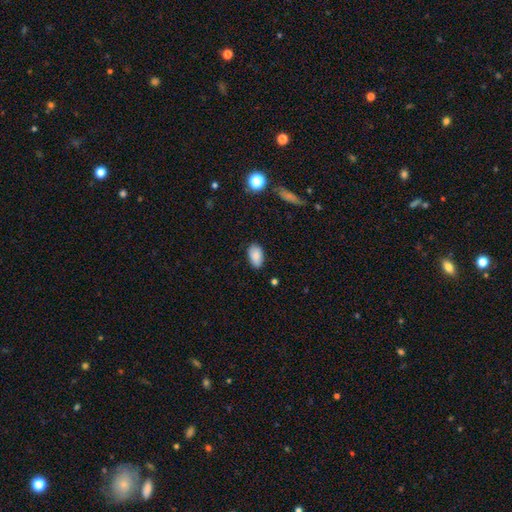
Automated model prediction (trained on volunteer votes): smooth_or_featured: smooth (p=0.86) [alt: star or artifact p=0.08]
how_rounded: in between (p=0.93) [alt: round p=0.05]
merging: none (p=0.80) [alt: minor disturbance p=0.16]